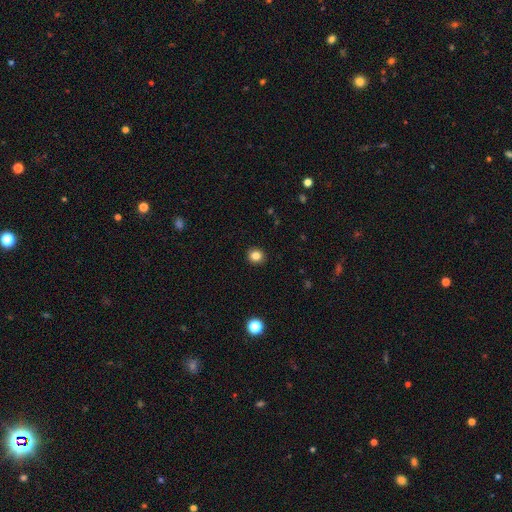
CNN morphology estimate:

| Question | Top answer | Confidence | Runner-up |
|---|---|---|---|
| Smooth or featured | smooth | 84% | star or artifact (11%) |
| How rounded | round | 83% | in between (16%) |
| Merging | none | 92% | minor disturbance (6%) |